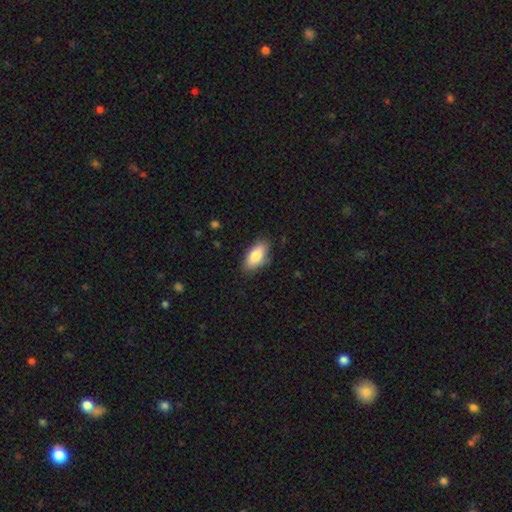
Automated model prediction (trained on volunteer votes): Smooth or featured? Predicted: smooth (p=0.82). How rounded? Predicted: in between (p=0.88). Merging? Predicted: none (p=0.81).